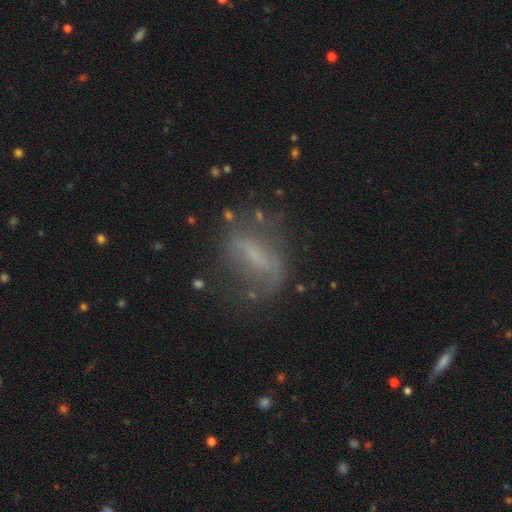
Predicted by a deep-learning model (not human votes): A featured or disk galaxy (50%). Merging: none (55%).